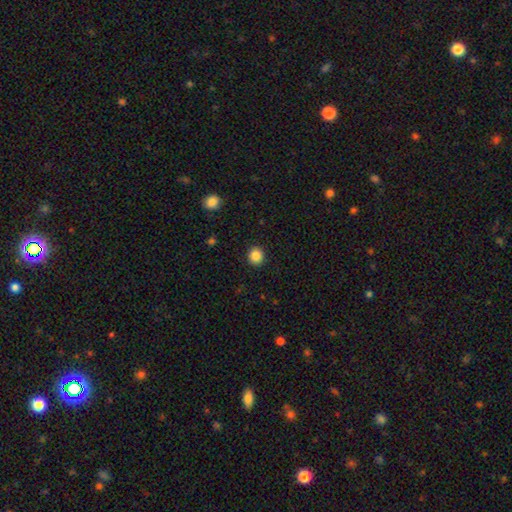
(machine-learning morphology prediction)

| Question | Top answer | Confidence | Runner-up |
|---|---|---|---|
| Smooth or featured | smooth | 87% | star or artifact (10%) |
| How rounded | round | 91% | in between (9%) |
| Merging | none | 92% | minor disturbance (5%) |